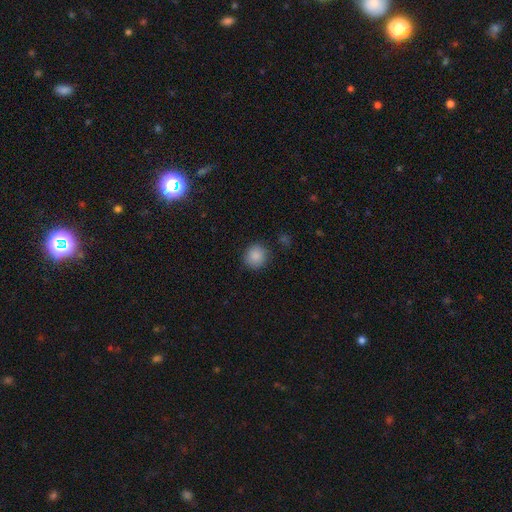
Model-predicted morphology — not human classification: type=smooth (87%); roundness=round (88%); merging=none (84%).